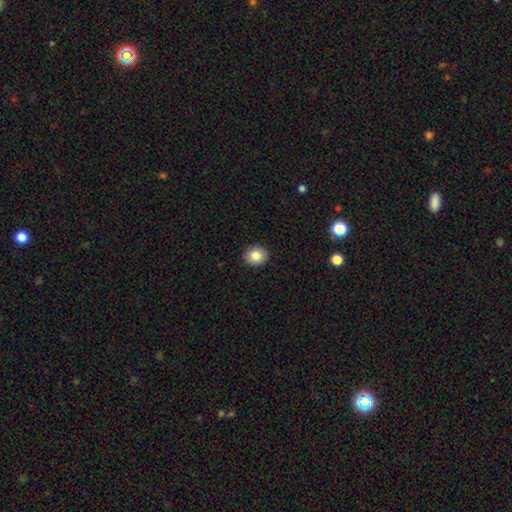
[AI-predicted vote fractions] This appears to be a smooth galaxy with no disk features (85%) that is round (70%). Merging: none (91%).